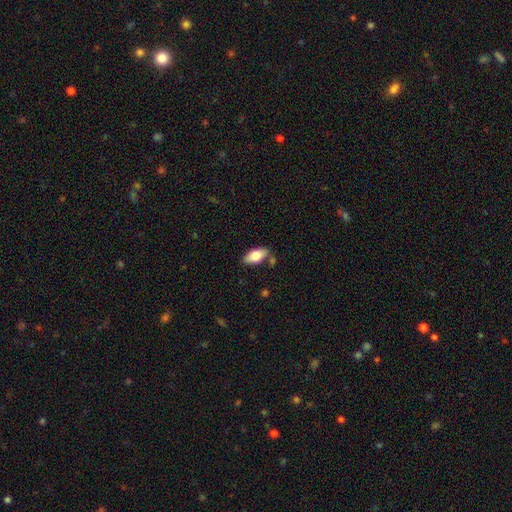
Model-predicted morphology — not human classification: A smooth galaxy with no disk features (76%) that is in between round and cigar-shaped (89%). Merging: none (76%).